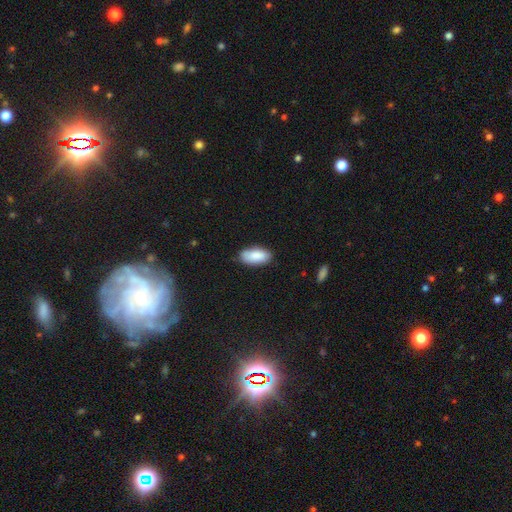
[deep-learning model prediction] smooth 87%, featured or disk 7%, star or artifact 6%. Down the decision tree: how rounded — in between (90%); merging — none (80%).